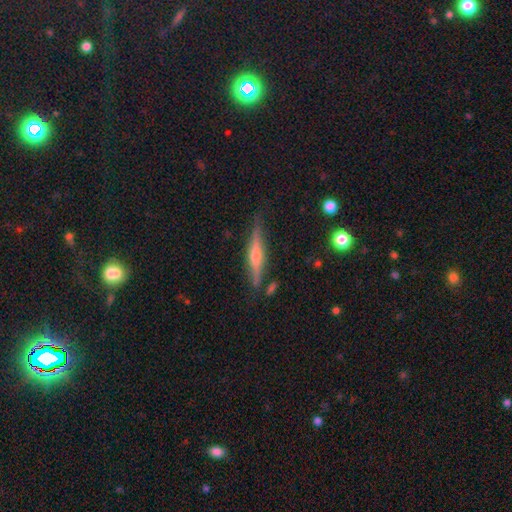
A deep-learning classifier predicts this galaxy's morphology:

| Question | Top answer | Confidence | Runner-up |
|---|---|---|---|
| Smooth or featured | featured or disk | 67% | smooth (23%) |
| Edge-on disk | yes | 95% | no (5%) |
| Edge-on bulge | rounded | 79% | none (12%) |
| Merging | none | 82% | minor disturbance (12%) |